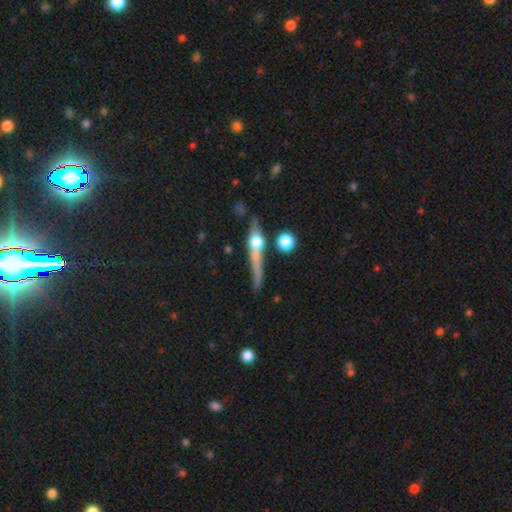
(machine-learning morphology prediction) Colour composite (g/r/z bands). It shows a featured or disk galaxy (62%) viewed edge-on (92%) with a rounded central bulge (81%). Merging: none (68%).